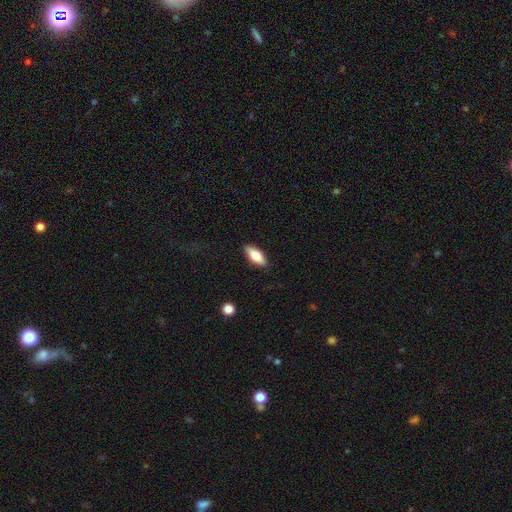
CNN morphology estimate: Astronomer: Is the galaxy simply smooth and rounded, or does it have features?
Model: smooth — 75%.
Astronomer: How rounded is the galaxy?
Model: in between — 76%.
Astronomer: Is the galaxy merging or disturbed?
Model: none — 88%.